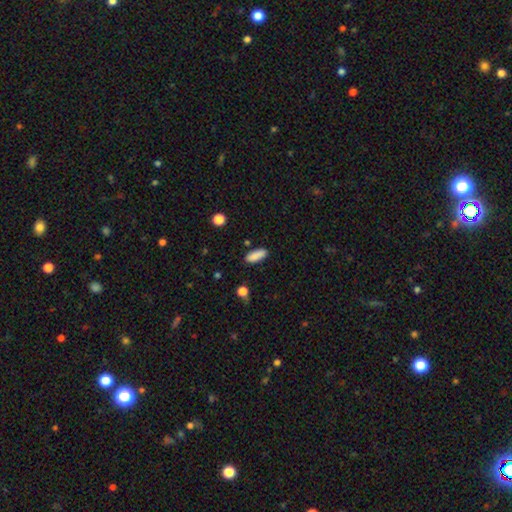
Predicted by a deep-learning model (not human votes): Smooth or featured? smooth (88%)
How rounded? in between (69%)
Merging? none (85%)